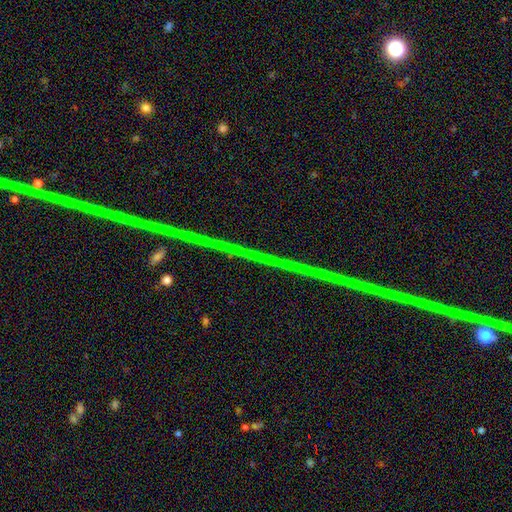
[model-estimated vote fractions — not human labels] Smooth or featured?
  - star or artifact: 88% *
  - featured or disk: 7%
  - smooth: 5%